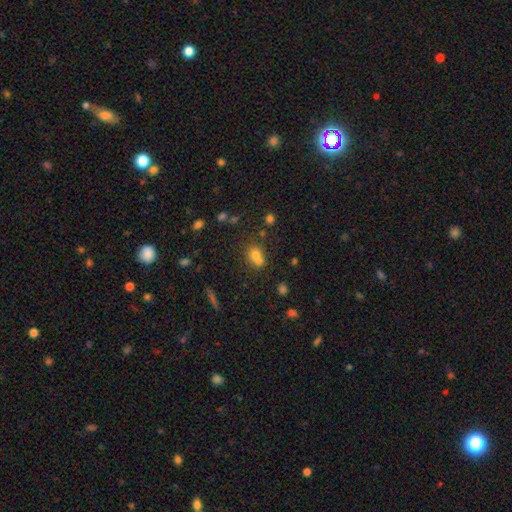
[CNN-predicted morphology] type=smooth (65%); roundness=round (62%); merging=merger (54%).